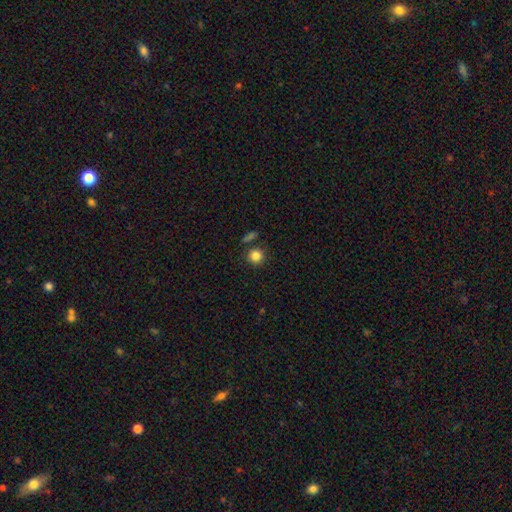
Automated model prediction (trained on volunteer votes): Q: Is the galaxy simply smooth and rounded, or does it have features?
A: smooth — 84%.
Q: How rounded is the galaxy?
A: round — 91%.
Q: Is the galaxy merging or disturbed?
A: none — 81%.